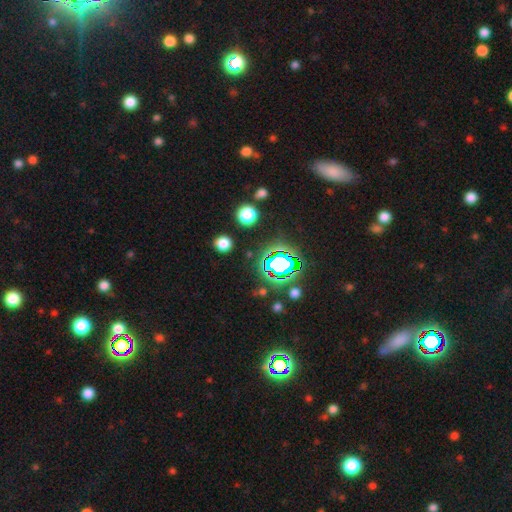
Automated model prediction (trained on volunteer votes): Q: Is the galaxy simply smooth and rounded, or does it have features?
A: star or artifact — 72%.